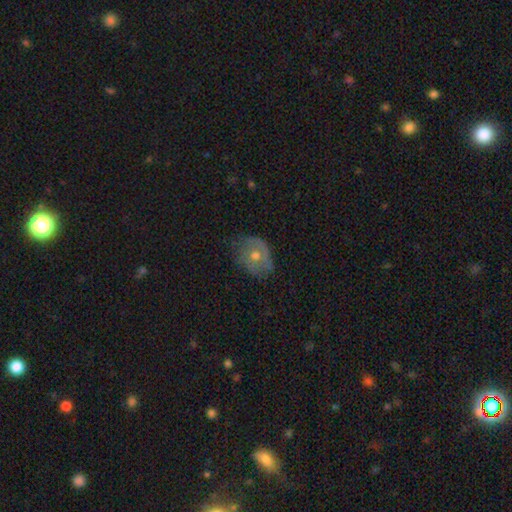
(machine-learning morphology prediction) featured or disk 51%, smooth 40%, star or artifact 10%. Down the decision tree: edge-on disk — no (95%); merging — none (57%).